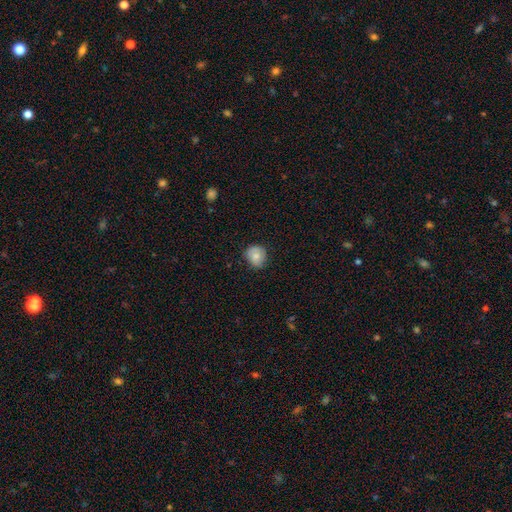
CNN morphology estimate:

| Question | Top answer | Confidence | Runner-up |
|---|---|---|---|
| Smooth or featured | smooth | 80% | featured or disk (12%) |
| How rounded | round | 78% | in between (21%) |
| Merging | none | 74% | minor disturbance (21%) |